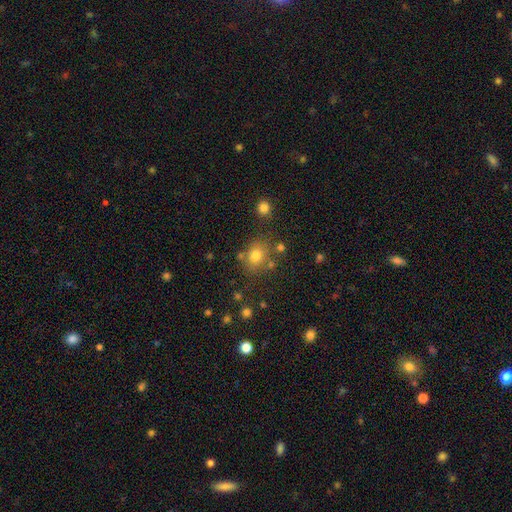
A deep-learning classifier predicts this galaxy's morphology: smooth-or-featured: smooth: 76% | star or artifact: 15% | featured or disk: 9%
  how-rounded: round: 62% | in between: 37% | cigar-shaped: 1%
  merging: none: 74% | minor disturbance: 13% | merger: 9% | major disturbance: 5%